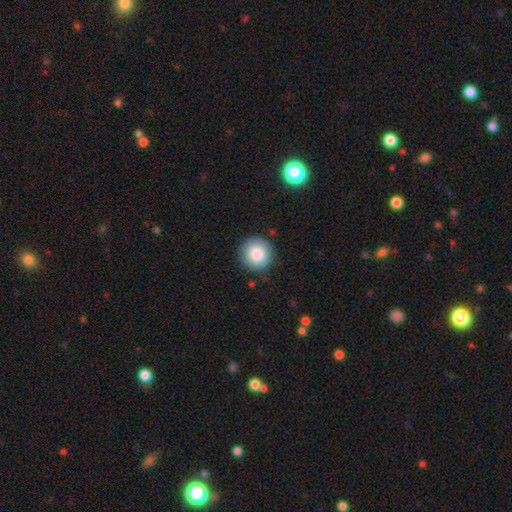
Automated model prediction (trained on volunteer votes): Morphology: type=smooth (84%); roundness=round (95%); merging=none (88%).